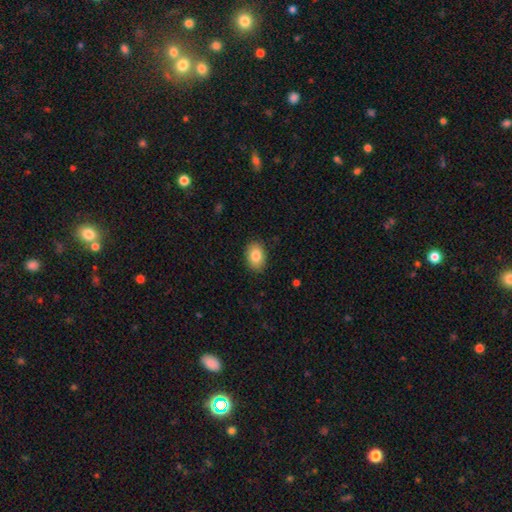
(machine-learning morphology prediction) Overall: smooth (84%). How rounded: in between (83%). Merging: none (87%).